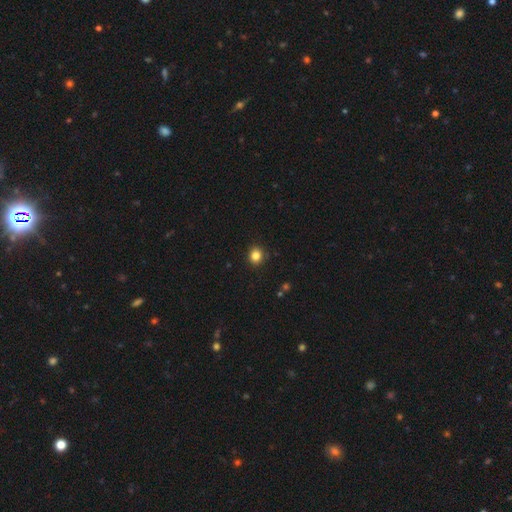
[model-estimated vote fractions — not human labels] This appears to be a smooth galaxy with no disk features (84%) that is round (85%). Merging: none (90%).